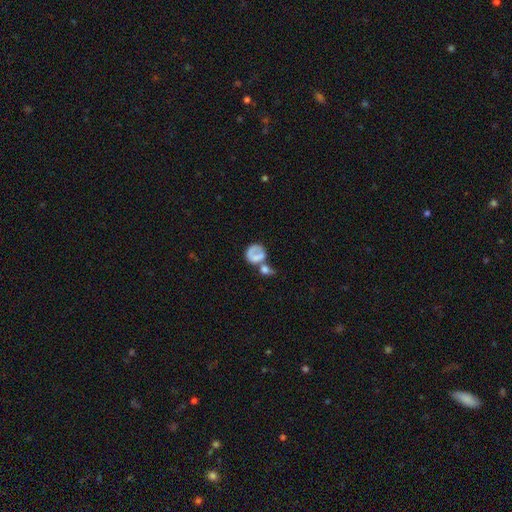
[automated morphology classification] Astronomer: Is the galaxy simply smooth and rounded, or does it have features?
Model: smooth — 58%.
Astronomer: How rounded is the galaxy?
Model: round — 61% (runner-up: in between, 37%).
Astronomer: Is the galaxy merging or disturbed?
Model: merger — 36% (runner-up: none, 31%).